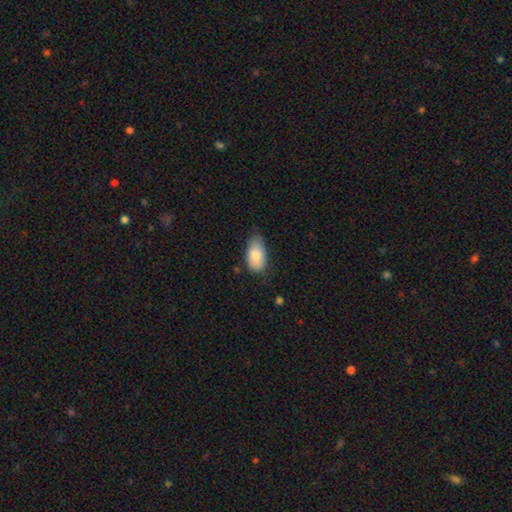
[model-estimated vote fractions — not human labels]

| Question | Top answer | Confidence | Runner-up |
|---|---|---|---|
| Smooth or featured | smooth | 83% | featured or disk (11%) |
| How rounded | in between | 93% | round (4%) |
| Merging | none | 61% | minor disturbance (32%) |